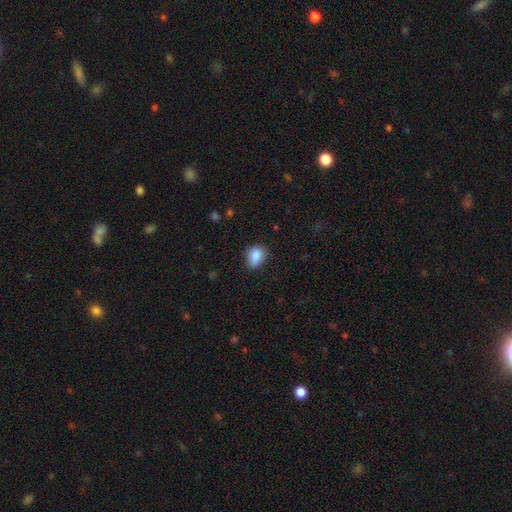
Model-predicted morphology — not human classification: Overall: smooth (87%). How rounded: in between (69%; round 30%). Merging: none (70%).